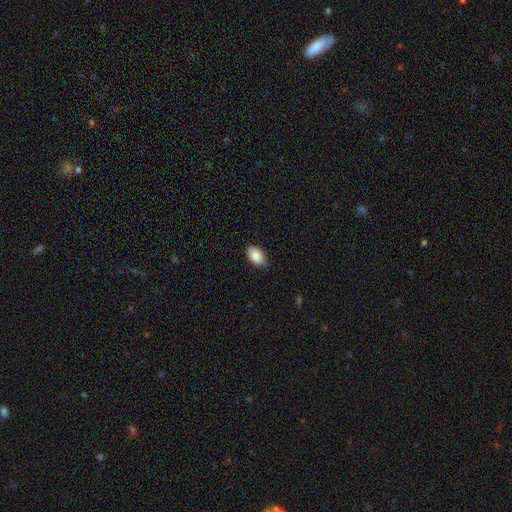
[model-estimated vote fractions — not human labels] smooth-or-featured: smooth: 87% | star or artifact: 7% | featured or disk: 6%
  how-rounded: in between: 91% | round: 7% | cigar-shaped: 1%
  merging: none: 74% | minor disturbance: 22% | major disturbance: 3% | merger: 1%